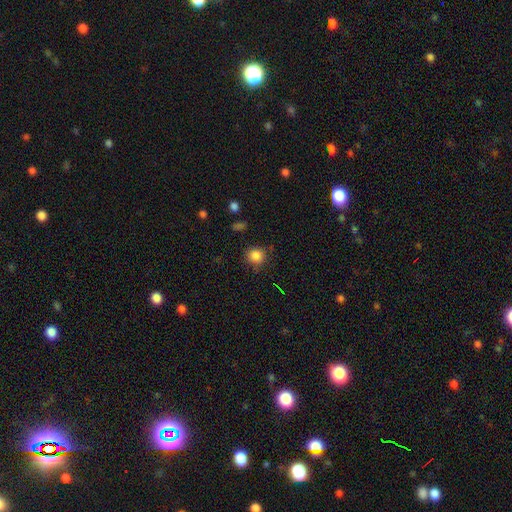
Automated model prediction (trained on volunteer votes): This appears to be a smooth galaxy with no disk features (84%) that is round (87%). Merging: none (81%).